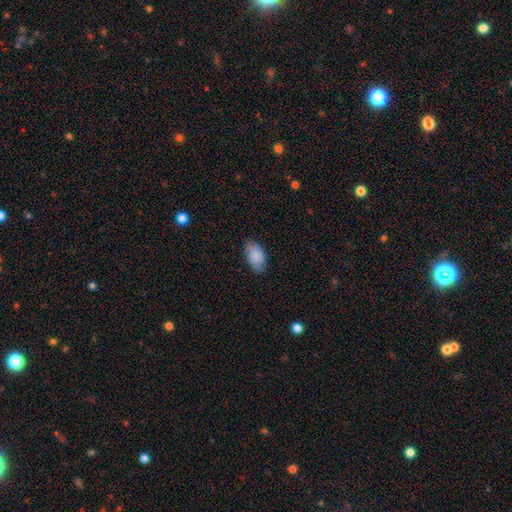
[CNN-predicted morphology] Q: Smooth or featured?
A: smooth (84%); runner-up: featured or disk (9%)
Q: How rounded?
A: in between (95%); runner-up: round (4%)
Q: Merging?
A: none (80%); runner-up: minor disturbance (16%)